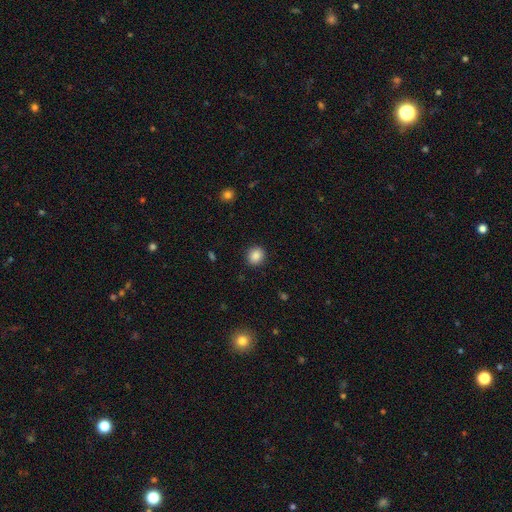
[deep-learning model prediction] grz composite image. It shows a smooth galaxy with no disk features (87%) that is round (82%). Merging: none (91%).